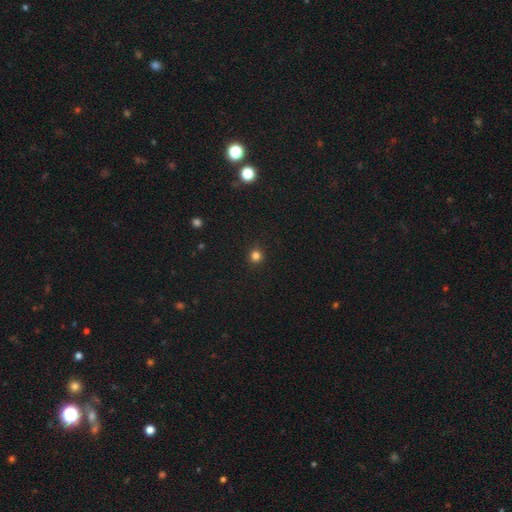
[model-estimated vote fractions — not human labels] Morphology: type=smooth (81%); roundness=round (93%); merging=none (92%).